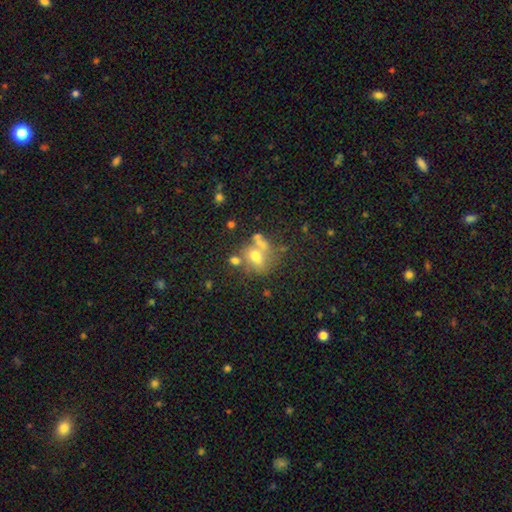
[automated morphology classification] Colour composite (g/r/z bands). It shows a smooth galaxy with no disk features (55%) that is round (59%). Merging: none (43%).